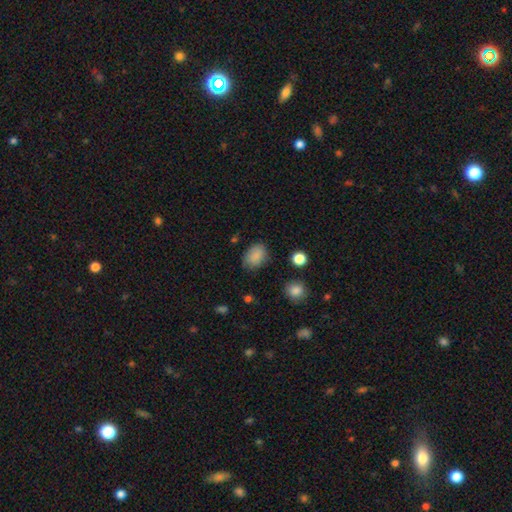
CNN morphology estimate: smooth-or-featured: smooth: 86% | star or artifact: 9% | featured or disk: 5%
  how-rounded: in between: 79% | round: 19% | cigar-shaped: 1%
  merging: none: 79% | minor disturbance: 16% | major disturbance: 4% | merger: 2%